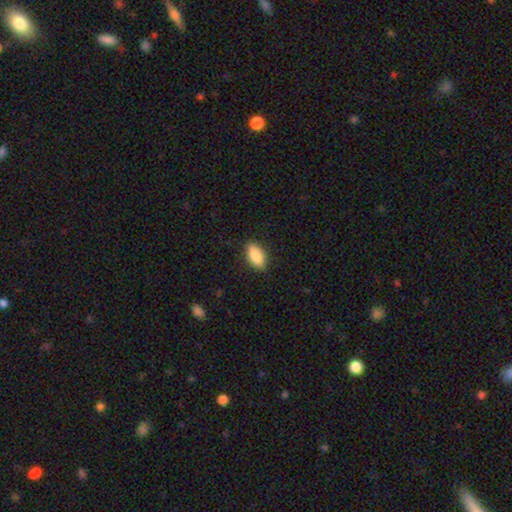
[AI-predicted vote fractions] A smooth galaxy with no disk features (87%) that is in between round and cigar-shaped (86%). Merging: none (88%).